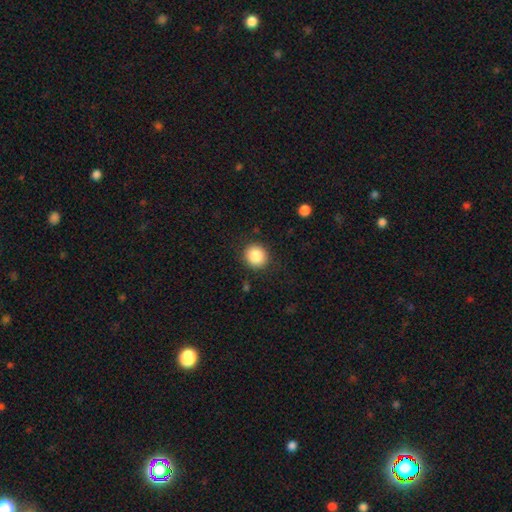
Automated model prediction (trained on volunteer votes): smooth-or-featured: smooth: 86% | star or artifact: 9% | featured or disk: 5%
  how-rounded: round: 88% | in between: 12% | cigar-shaped: 1%
  merging: none: 89% | minor disturbance: 8% | major disturbance: 3% | merger: 1%